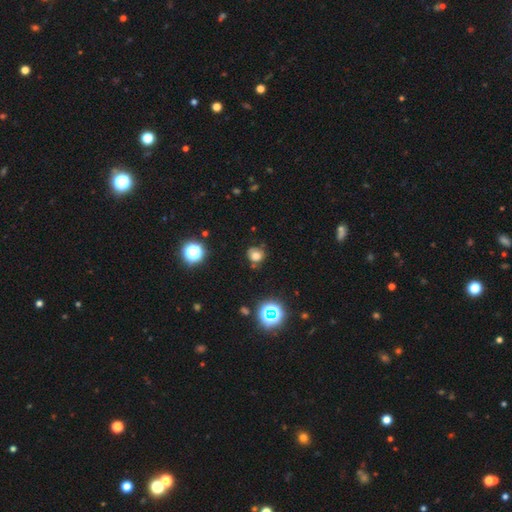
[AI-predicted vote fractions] This appears to be a smooth galaxy with no disk features (70%) that is round (77%). Merging: none (69%).